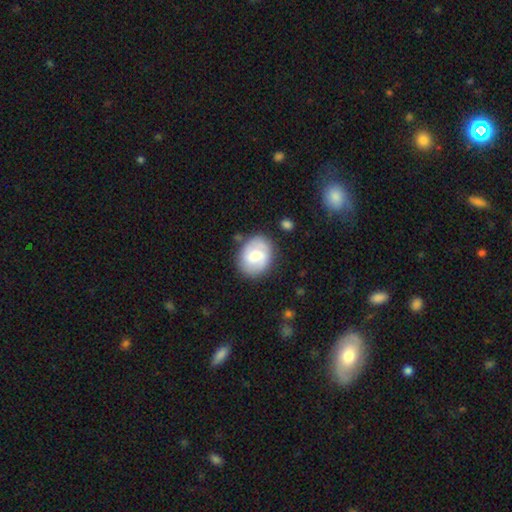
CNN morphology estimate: Smooth or featured: smooth — 48% (featured or disk — 45%)
Merging: none — 77% (minor disturbance — 15%)